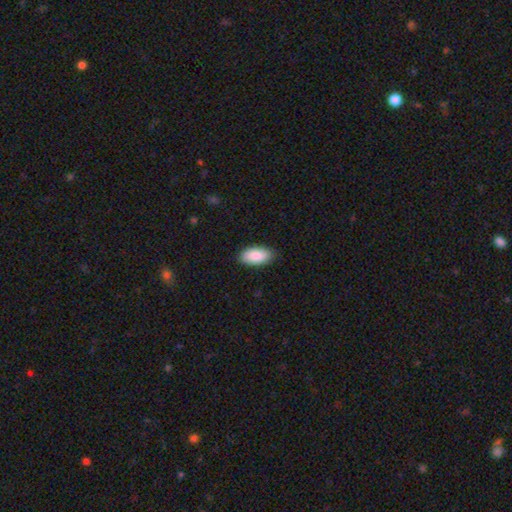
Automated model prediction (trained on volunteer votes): Smooth or featured? Predicted: smooth (p=0.89). How rounded? Predicted: in between (p=0.95). Merging? Predicted: none (p=0.86).